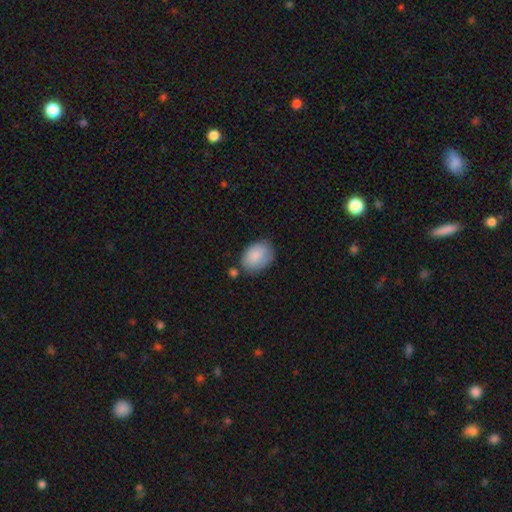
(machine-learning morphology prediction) smooth 86%, featured or disk 8%, star or artifact 6%. Down the decision tree: how rounded — in between (84%); merging — none (66%).